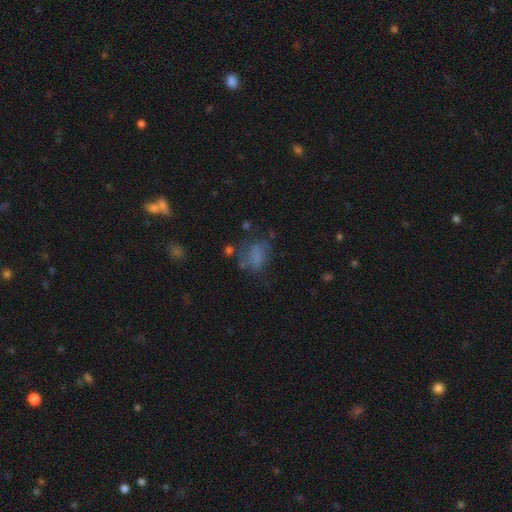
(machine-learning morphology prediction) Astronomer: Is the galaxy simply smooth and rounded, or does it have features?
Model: smooth — 60%.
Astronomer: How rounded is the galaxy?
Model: in between — 59% (runner-up: round, 39%).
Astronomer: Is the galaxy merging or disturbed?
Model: none — 46% (runner-up: major disturbance, 24%).